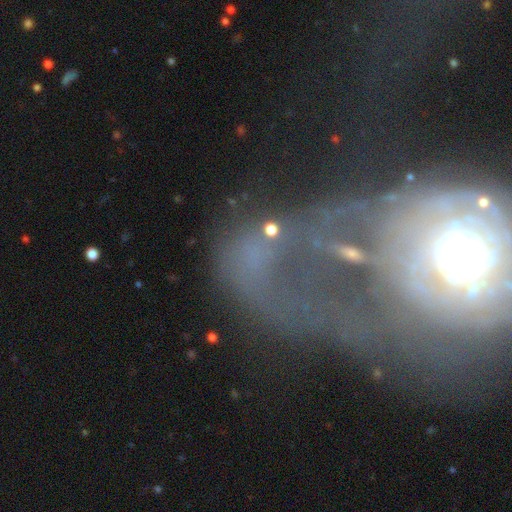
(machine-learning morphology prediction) type=featured or disk (57%); edge-on=no (91%); bar=no (73%); spiral arms=no (60%); bulge=moderate (48%); merging=major disturbance (50%).